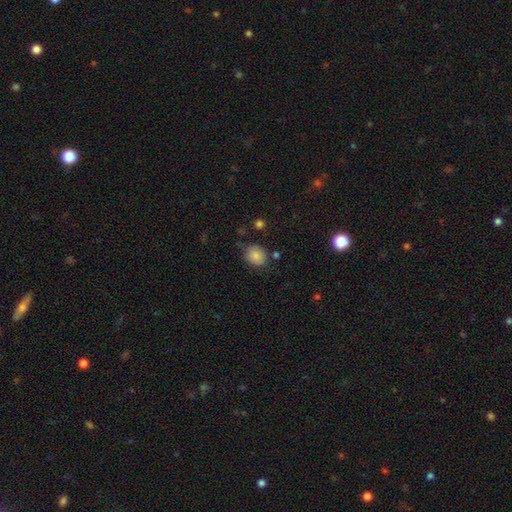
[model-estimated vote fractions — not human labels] Smooth or featured? Predicted: smooth (p=0.85). How rounded? Predicted: round (p=0.72). Merging? Predicted: none (p=0.72).